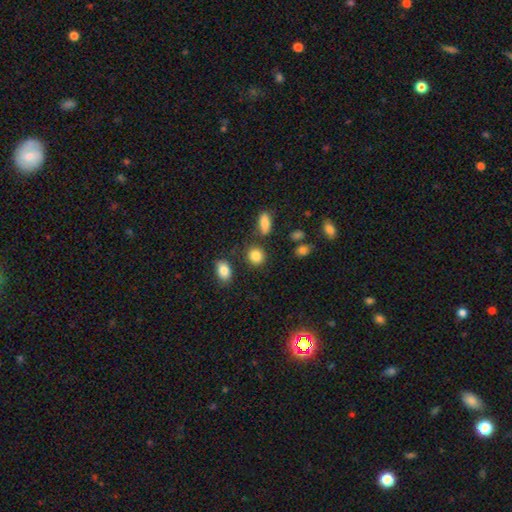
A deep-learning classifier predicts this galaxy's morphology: This appears to be a smooth galaxy with no disk features (85%) that is round (75%). Merging: none (82%).